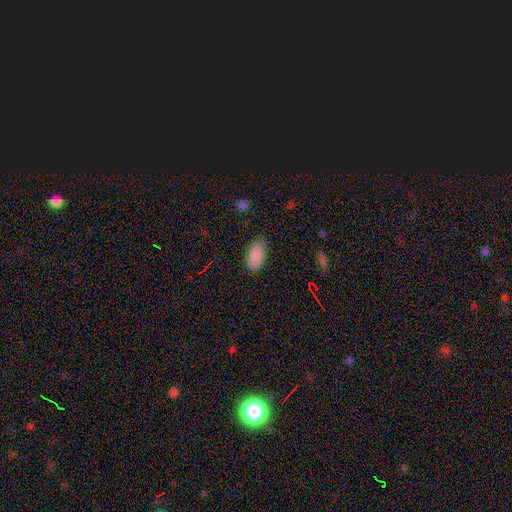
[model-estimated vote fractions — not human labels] smooth 87%, star or artifact 8%, featured or disk 5%. Down the decision tree: how rounded — in between (93%); merging — none (81%).